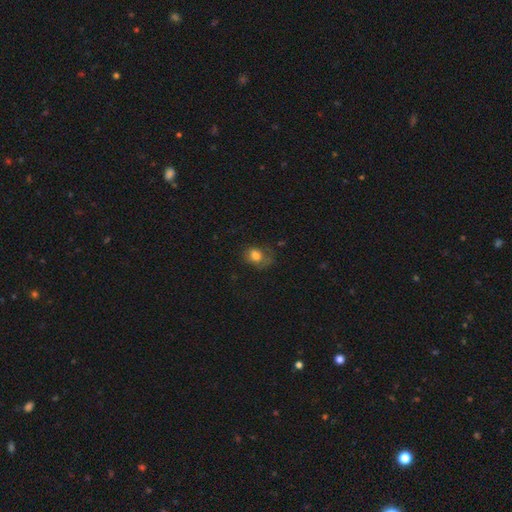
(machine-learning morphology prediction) Overall: smooth (74%). How rounded: in between (52%; round 47%). Merging: none (42%; minor disturbance 28%).